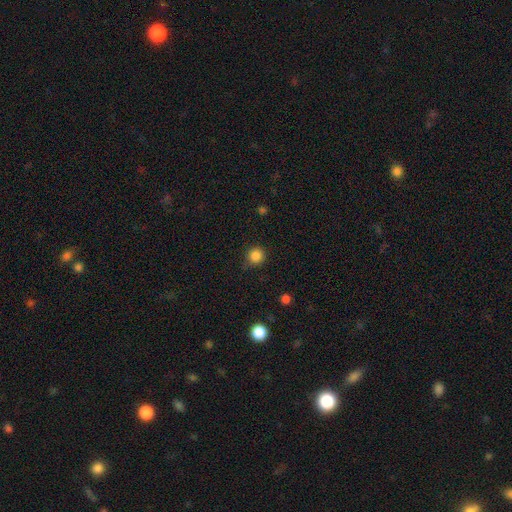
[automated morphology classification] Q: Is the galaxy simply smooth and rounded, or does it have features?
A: smooth — 85%.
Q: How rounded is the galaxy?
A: round — 93%.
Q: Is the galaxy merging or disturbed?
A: none — 84%.